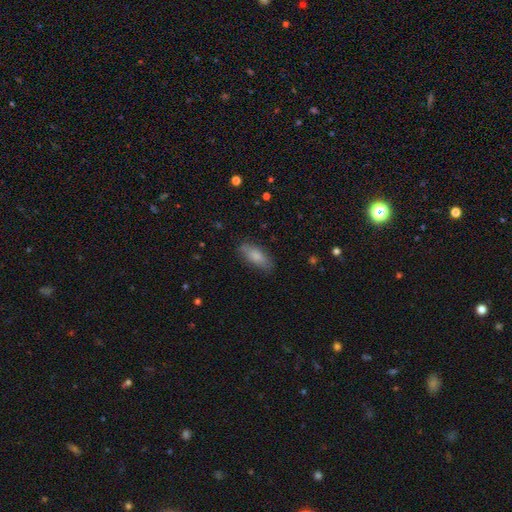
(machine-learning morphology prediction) Smooth or featured?
  - smooth: 82% *
  - featured or disk: 12%
  - star or artifact: 7%
How rounded?
  - in between: 75% *
  - cigar-shaped: 22%
  - round: 2%
Merging?
  - none: 80% *
  - minor disturbance: 15%
  - major disturbance: 4%
  - merger: 1%